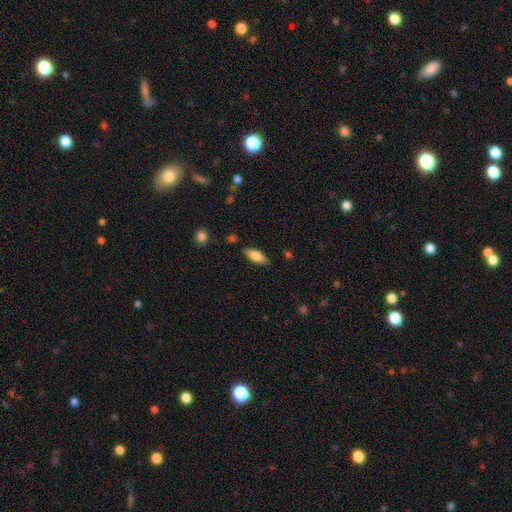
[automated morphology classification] Smooth or featured: smooth — 80% (featured or disk — 13%)
How rounded: in between — 74% (cigar-shaped — 24%)
Merging: none — 83% (minor disturbance — 12%)